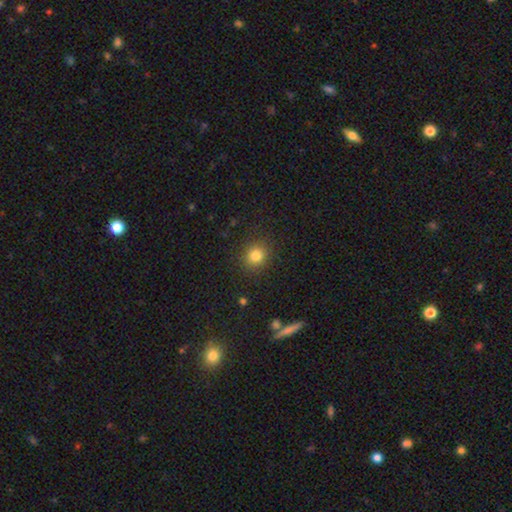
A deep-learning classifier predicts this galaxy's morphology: Smooth or featured? smooth (82%)
How rounded? round (84%)
Merging? none (89%)